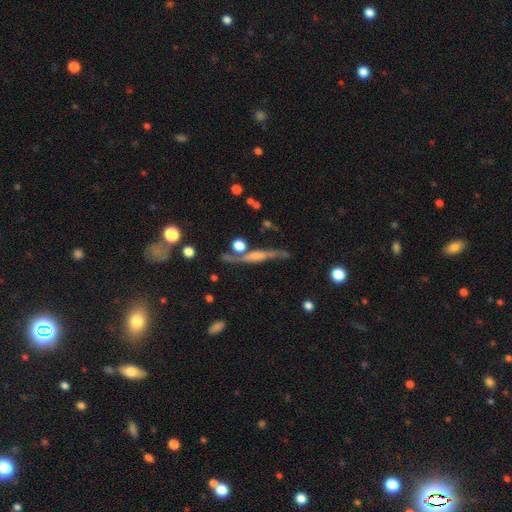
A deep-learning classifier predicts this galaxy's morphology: featured or disk 55%, smooth 23%, star or artifact 22%. Down the decision tree: edge-on disk — yes (78%); merging — none (65%).